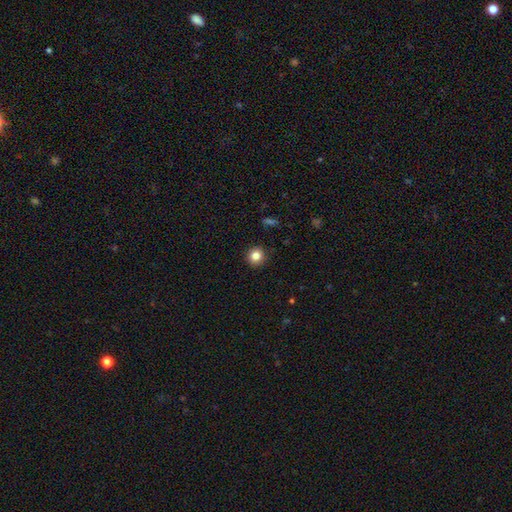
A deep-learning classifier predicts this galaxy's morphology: type=smooth (83%); roundness=round (92%); merging=none (92%).